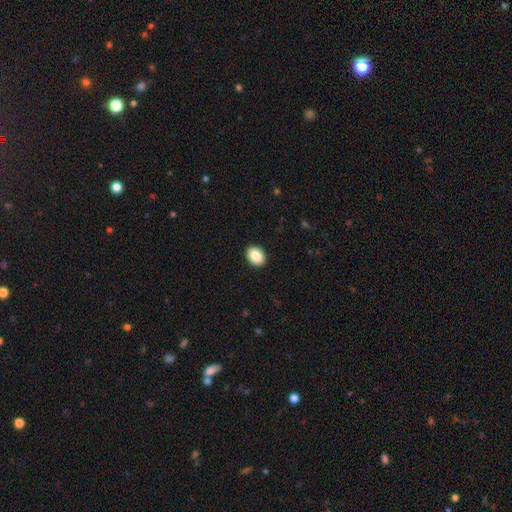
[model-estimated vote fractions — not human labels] This appears to be a smooth galaxy with no disk features (87%) that is in between round and cigar-shaped (61%). Merging: none (92%).